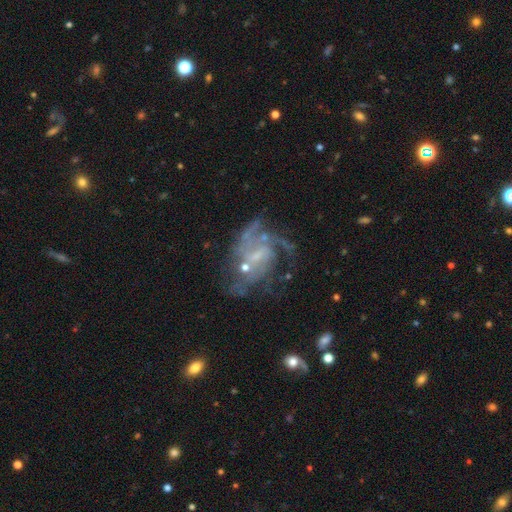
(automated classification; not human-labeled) Overall: featured or disk (79%). Edge-on disk: no (97%). Bar: no (46%; weak 43%). Spiral arms: yes (84%). Spiral arm count: can't tell (33%; 3 22%). Spiral winding: medium (43%; loose 30%). Bulge size: small (52%; none 26%). Merging: none (40%; major disturbance 33%).